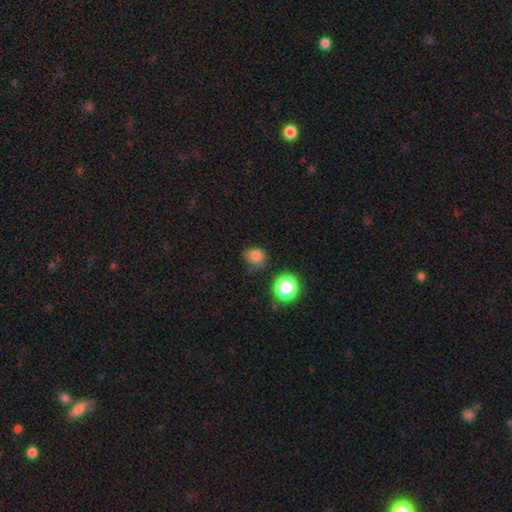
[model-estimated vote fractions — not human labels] Smooth or featured: smooth — 79% (star or artifact — 16%)
How rounded: round — 80% (in between — 19%)
Merging: none — 72% (minor disturbance — 19%)